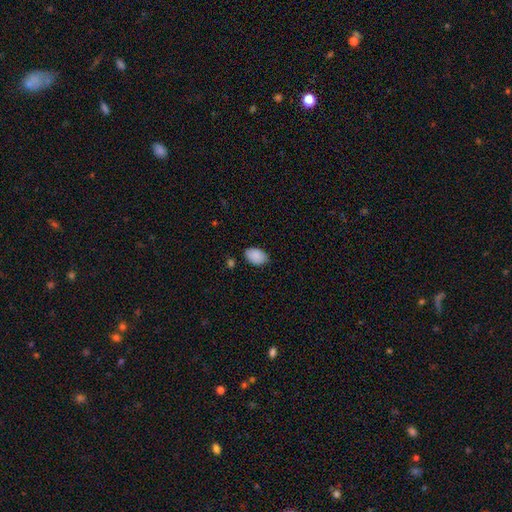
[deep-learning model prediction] Smooth or featured: smooth — 89% (star or artifact — 7%)
How rounded: in between — 85% (round — 14%)
Merging: none — 80% (minor disturbance — 15%)